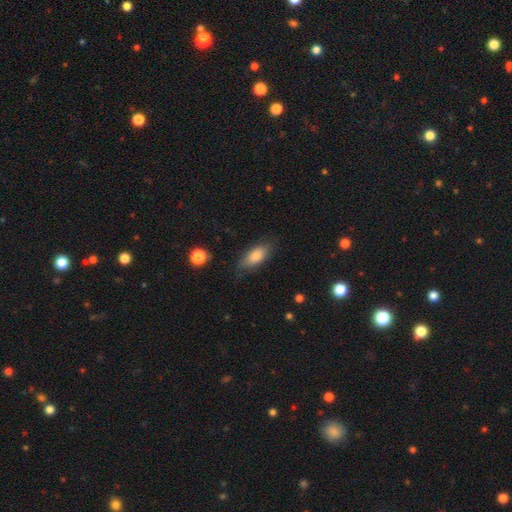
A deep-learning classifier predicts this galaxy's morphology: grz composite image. It shows a smooth galaxy with no disk features (81%) that is in between round and cigar-shaped (82%). Merging: none (76%).